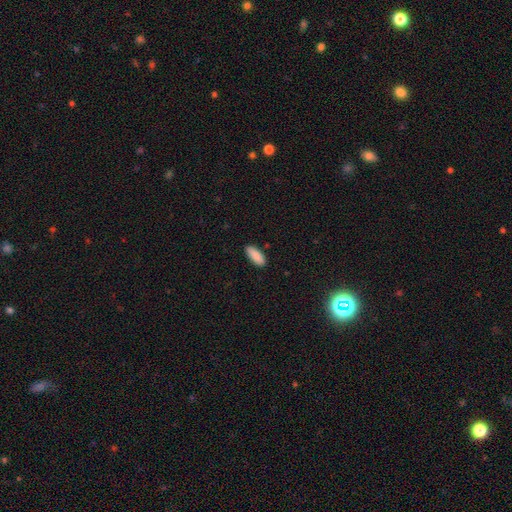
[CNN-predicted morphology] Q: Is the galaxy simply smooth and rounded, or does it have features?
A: smooth — 90%.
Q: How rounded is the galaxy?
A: in between — 77%.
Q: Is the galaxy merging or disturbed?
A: none — 88%.